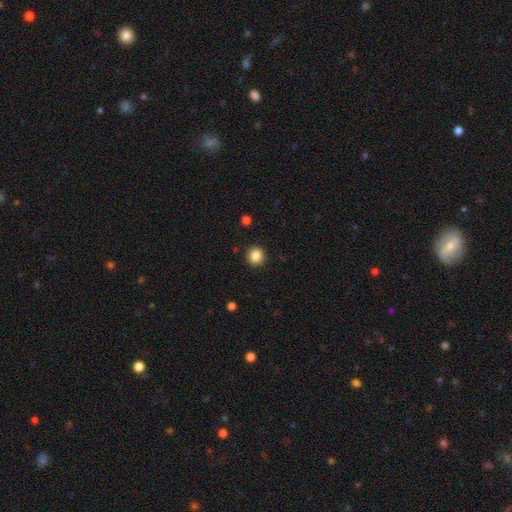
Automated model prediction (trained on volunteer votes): Smooth or featured? smooth (86%)
How rounded? round (89%)
Merging? none (92%)